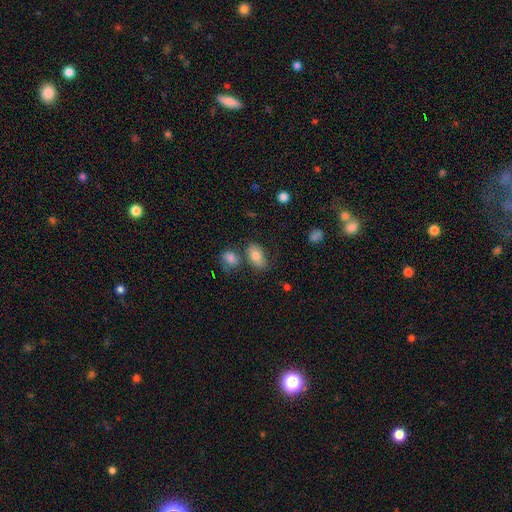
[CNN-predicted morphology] smooth_or_featured: smooth (p=0.79) [alt: featured or disk p=0.13]
how_rounded: in between (p=0.89) [alt: round p=0.09]
merging: none (p=0.62) [alt: minor disturbance p=0.19]